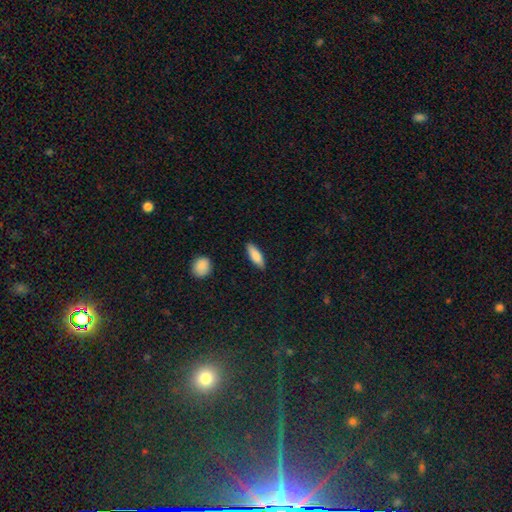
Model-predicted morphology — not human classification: The model was most divided on "how rounded": in between: 53%, cigar-shaped: 45%, round: 2%. More confident: merging — none (87%); smooth or featured — smooth (82%).